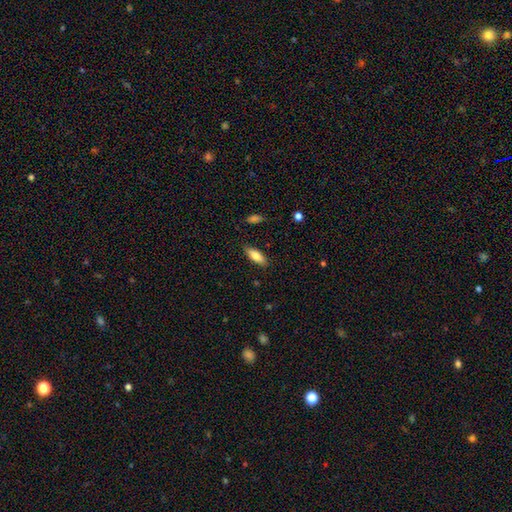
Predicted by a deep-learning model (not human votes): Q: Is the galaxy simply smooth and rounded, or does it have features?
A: smooth — 81%.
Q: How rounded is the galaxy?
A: in between — 73%.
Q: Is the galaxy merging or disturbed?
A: none — 84%.